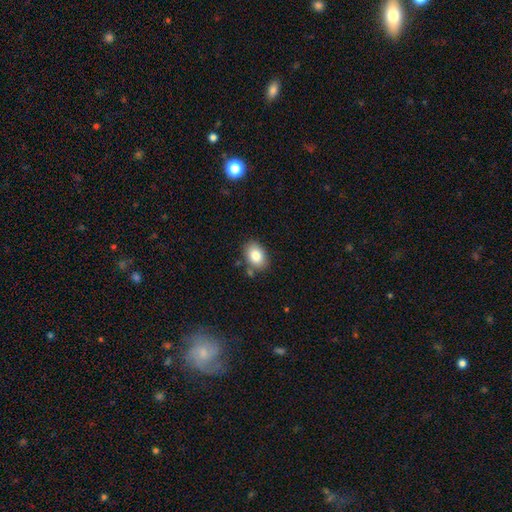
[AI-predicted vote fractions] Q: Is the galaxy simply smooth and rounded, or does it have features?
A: smooth — 83%.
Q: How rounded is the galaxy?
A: in between — 77%.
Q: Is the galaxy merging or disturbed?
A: none — 79%.